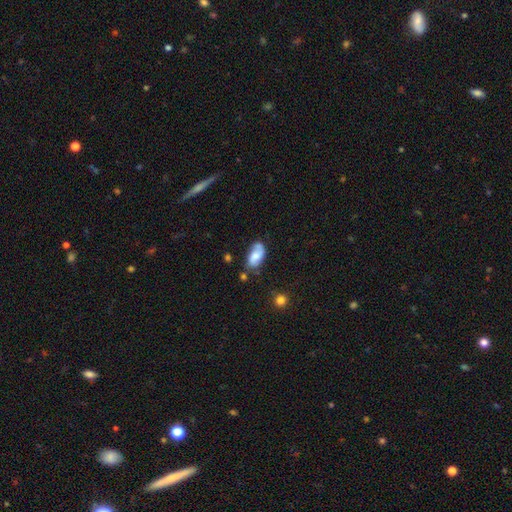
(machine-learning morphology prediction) A smooth galaxy with no disk features (53%) that is in between round and cigar-shaped (92%).

Vote fractions:
- Smooth or featured? smooth: 53% / featured or disk: 39% / star or artifact: 8%
- How rounded? in between: 92% / round: 5% / cigar-shaped: 4%
- Merging? none: 54% / minor disturbance: 28% / major disturbance: 10% / merger: 9%